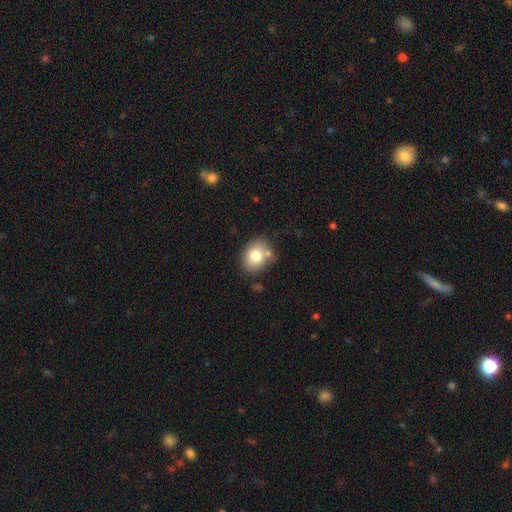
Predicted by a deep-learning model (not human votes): This is likely a smooth galaxy (77%). How rounded: possibly in between (54%). Merging: likely none (69%).